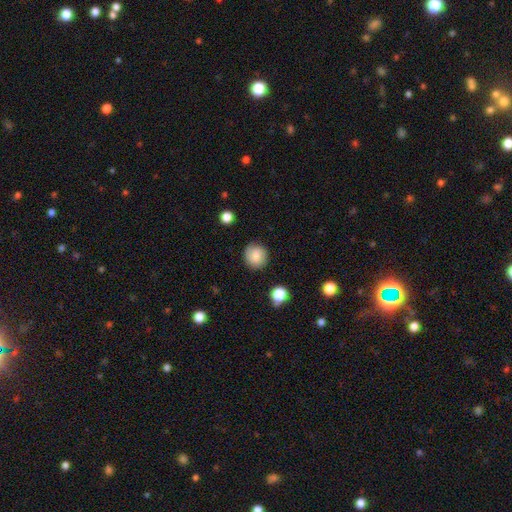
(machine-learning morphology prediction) Overall: smooth (80%). How rounded: round (89%). Merging: none (85%).